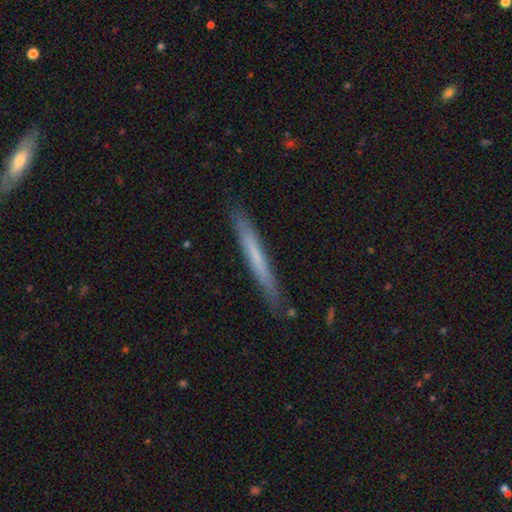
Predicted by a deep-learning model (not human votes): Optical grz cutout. It shows a smooth galaxy with no disk features (57%) that is cigar-shaped (97%). Merging: none (88%).